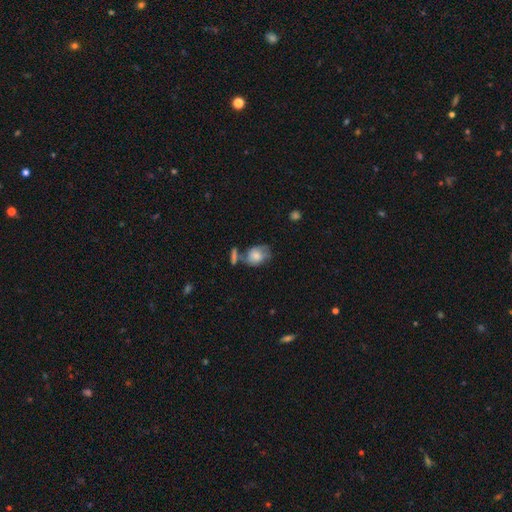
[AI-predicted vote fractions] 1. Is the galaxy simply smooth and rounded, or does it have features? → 65% smooth, 27% featured or disk, 8% star or artifact.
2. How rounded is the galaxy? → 72% in between, 26% round, 2% cigar-shaped.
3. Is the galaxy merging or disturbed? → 39% none, 26% minor disturbance, 19% merger, 15% major disturbance.